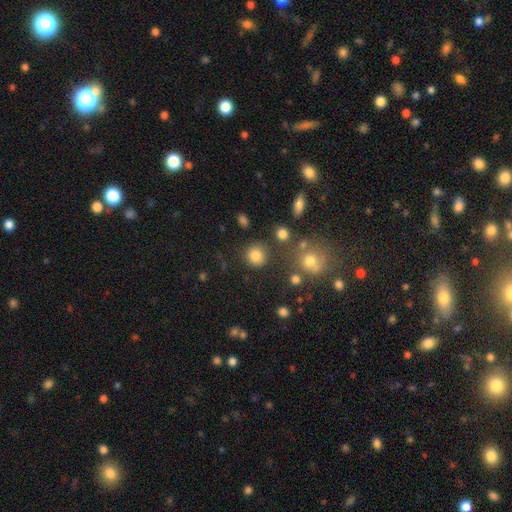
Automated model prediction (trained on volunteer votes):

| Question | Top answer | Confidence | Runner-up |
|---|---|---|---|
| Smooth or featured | smooth | 82% | star or artifact (13%) |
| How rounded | round | 89% | in between (10%) |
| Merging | none | 82% | minor disturbance (9%) |